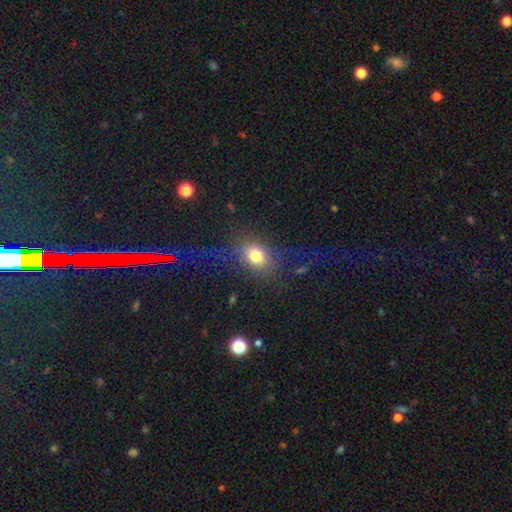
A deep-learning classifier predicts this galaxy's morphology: Overall: smooth (72%). How rounded: in between (62%; round 35%). Merging: none (62%).